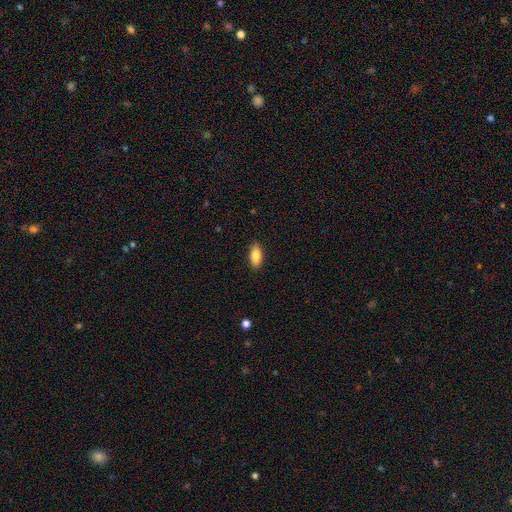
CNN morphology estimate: The model was most divided on "how rounded": in between: 85%, cigar-shaped: 12%, round: 3%. More confident: merging — none (88%); smooth or featured — smooth (85%).